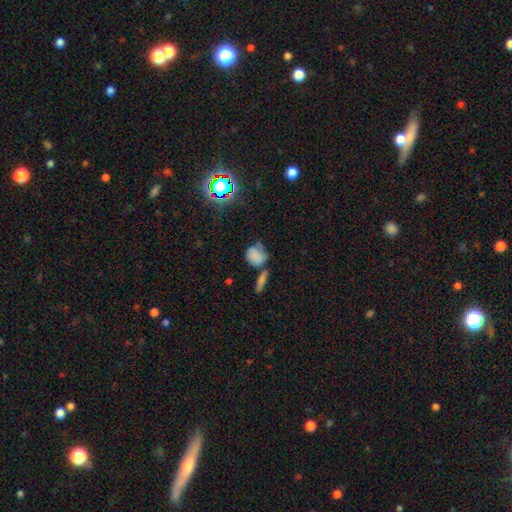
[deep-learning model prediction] Smooth or featured? Predicted: smooth (p=0.73). How rounded? Predicted: round (p=0.54). Merging? Predicted: none (p=0.37).